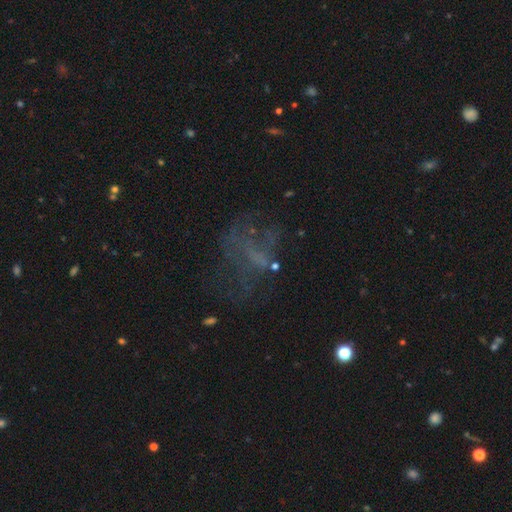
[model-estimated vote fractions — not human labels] Overall: featured or disk (42%; star or artifact 34%). Merging: none (49%; major disturbance 32%).